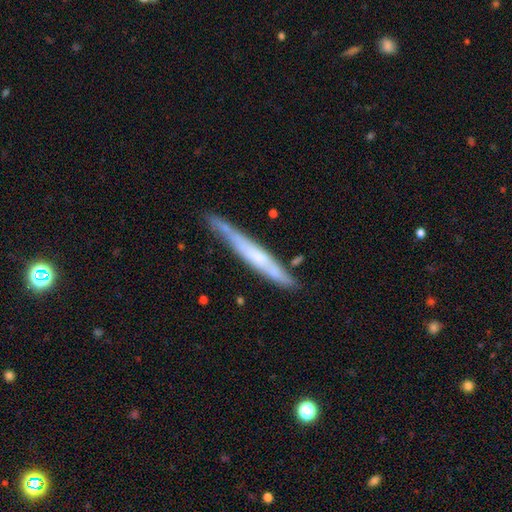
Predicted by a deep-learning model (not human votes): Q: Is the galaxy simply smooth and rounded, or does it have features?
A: featured or disk — 52%.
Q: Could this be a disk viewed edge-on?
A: yes — 89%.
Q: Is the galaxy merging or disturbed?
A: none — 72%.